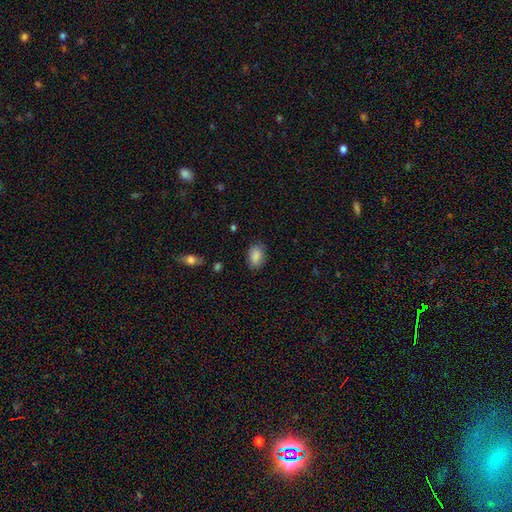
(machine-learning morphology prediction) type=smooth (86%); roundness=in between (85%); merging=none (79%).